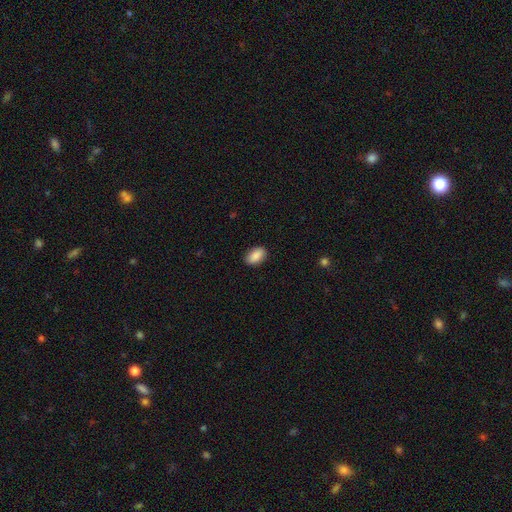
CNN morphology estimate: type=smooth (89%); roundness=in between (91%); merging=none (88%).